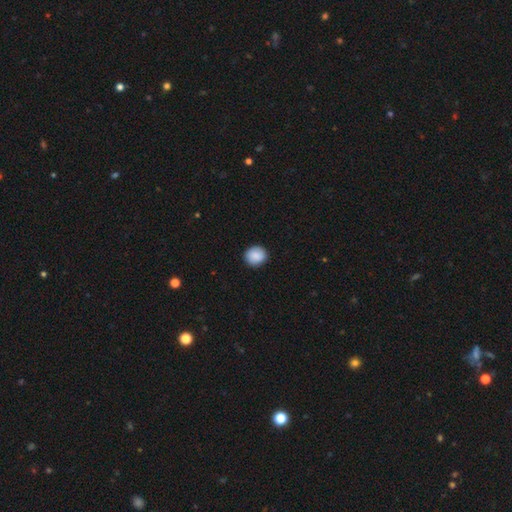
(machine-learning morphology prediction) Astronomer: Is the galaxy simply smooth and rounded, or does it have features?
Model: smooth — 88%.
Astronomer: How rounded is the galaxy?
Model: round — 83%.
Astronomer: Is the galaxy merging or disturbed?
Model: none — 90%.